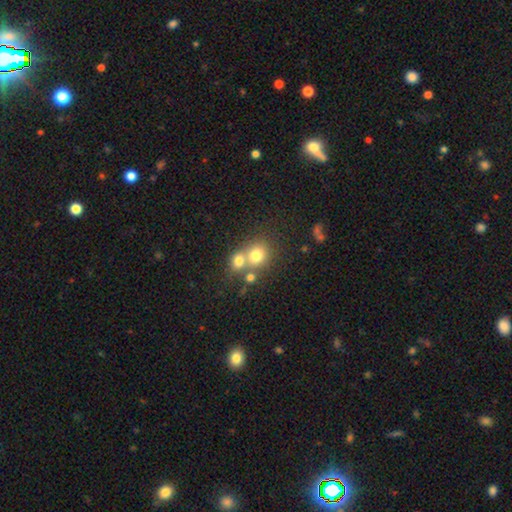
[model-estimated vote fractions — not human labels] Overall: smooth (74%). How rounded: round (76%). Merging: merger (50%; none 39%).